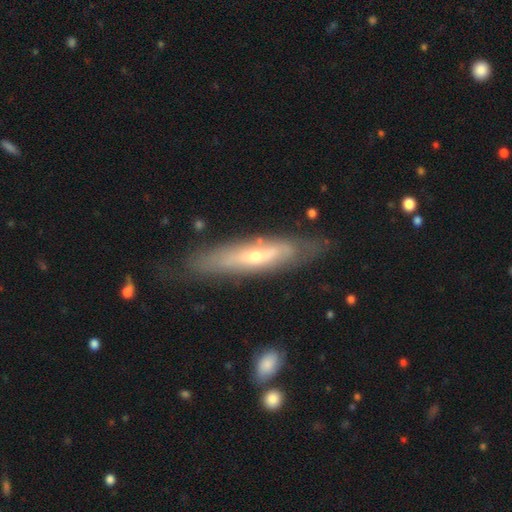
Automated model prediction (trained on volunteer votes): Overall: featured or disk (67%). Edge-on disk: yes (55%; no 45%). Merging: none (77%).